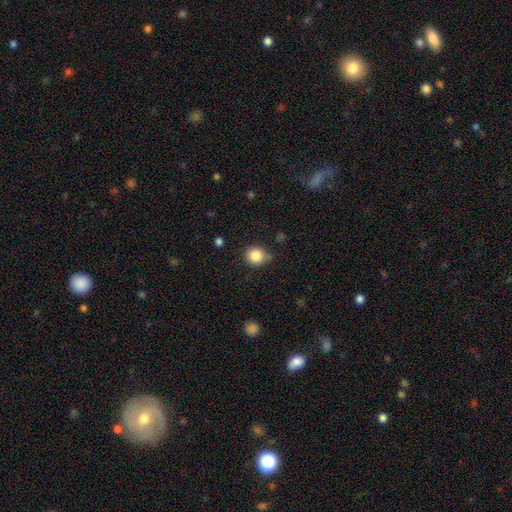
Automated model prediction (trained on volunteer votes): Smooth or featured?
  - smooth: 84% *
  - star or artifact: 10%
  - featured or disk: 6%
How rounded?
  - round: 80% *
  - in between: 19%
  - cigar-shaped: 1%
Merging?
  - none: 67% *
  - minor disturbance: 25%
  - major disturbance: 5%
  - merger: 2%